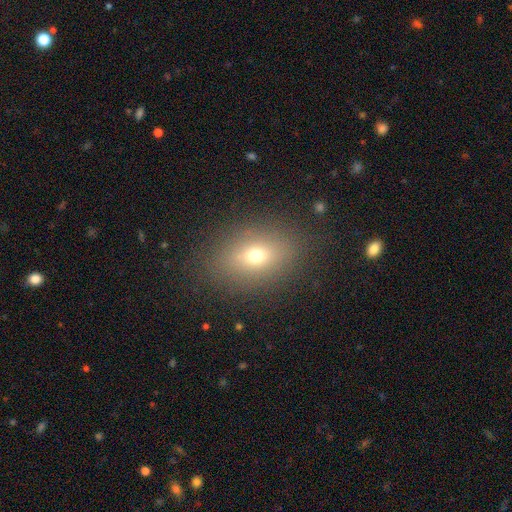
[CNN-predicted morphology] smooth-or-featured: smooth: 66% | featured or disk: 18% | star or artifact: 16%
  how-rounded: in between: 70% | round: 28% | cigar-shaped: 2%
  merging: none: 83% | minor disturbance: 10% | major disturbance: 5% | merger: 1%